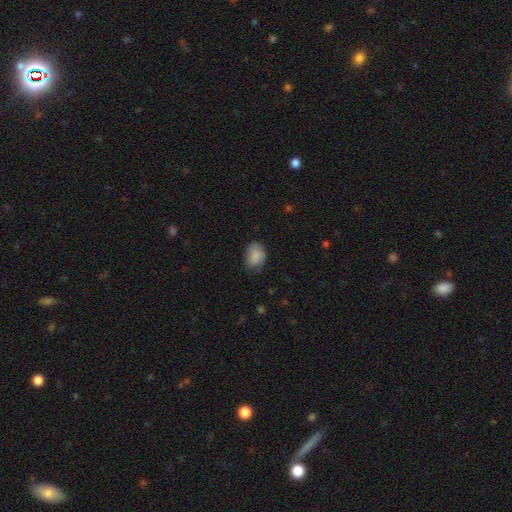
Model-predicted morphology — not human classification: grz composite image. It shows a smooth galaxy with no disk features (85%) that is in between round and cigar-shaped (58%). Merging: none (61%).